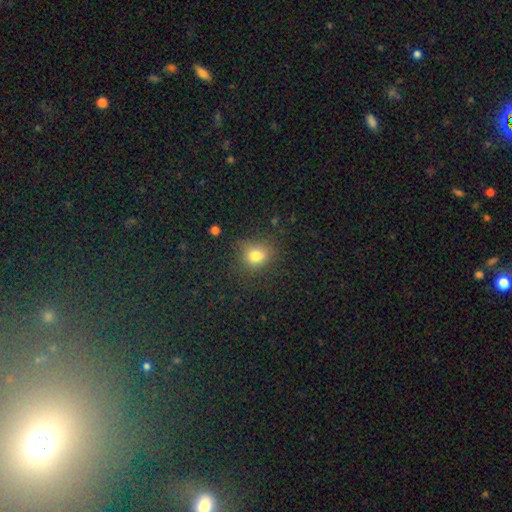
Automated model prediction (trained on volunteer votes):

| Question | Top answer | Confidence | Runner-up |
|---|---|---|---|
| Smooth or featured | smooth | 78% | star or artifact (15%) |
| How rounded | round | 70% | in between (28%) |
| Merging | none | 76% | minor disturbance (16%) |